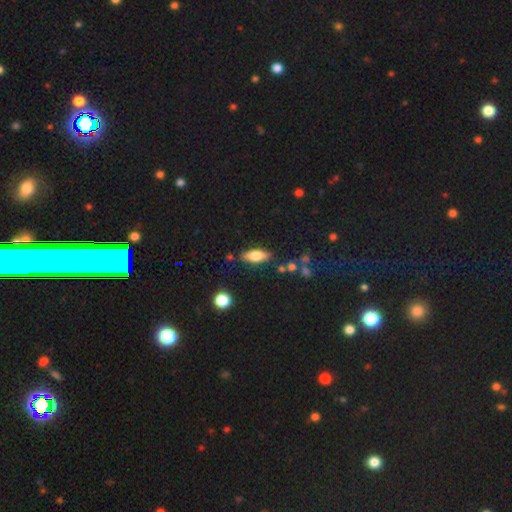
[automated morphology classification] This is possibly a smooth galaxy (59%). How rounded: likely in between (63%). Merging: clearly none (81%).